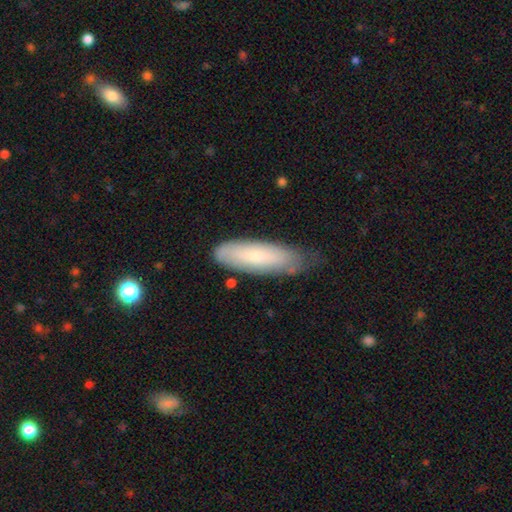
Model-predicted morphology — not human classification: smooth 66%, featured or disk 28%, star or artifact 6%. Down the decision tree: how rounded — cigar-shaped (50%); merging — none (62%).